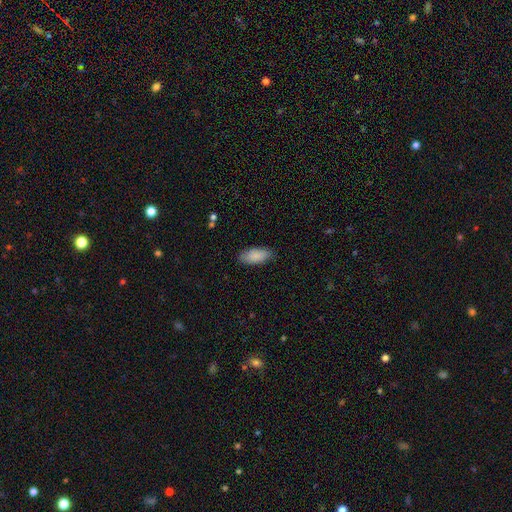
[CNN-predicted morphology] This is clearly a smooth galaxy (87%). How rounded: clearly in between (85%). Merging: clearly none (85%).